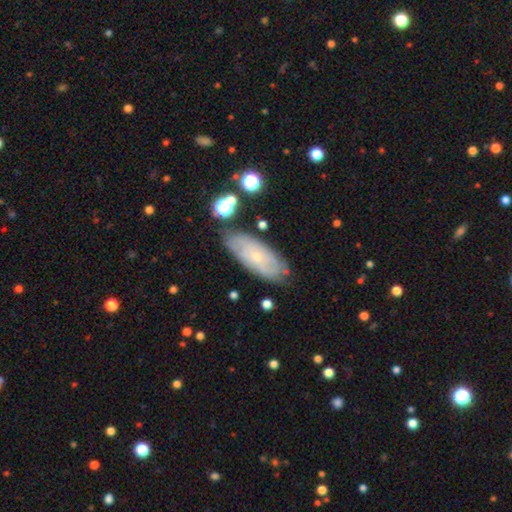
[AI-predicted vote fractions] A featured or disk galaxy (58%). Merging: none (77%).